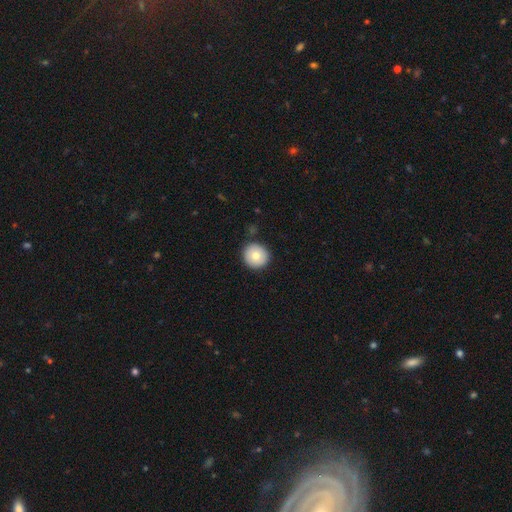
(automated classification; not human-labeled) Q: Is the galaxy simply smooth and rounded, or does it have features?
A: smooth — 78%.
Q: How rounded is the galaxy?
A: round — 94%.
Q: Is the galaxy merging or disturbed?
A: none — 89%.